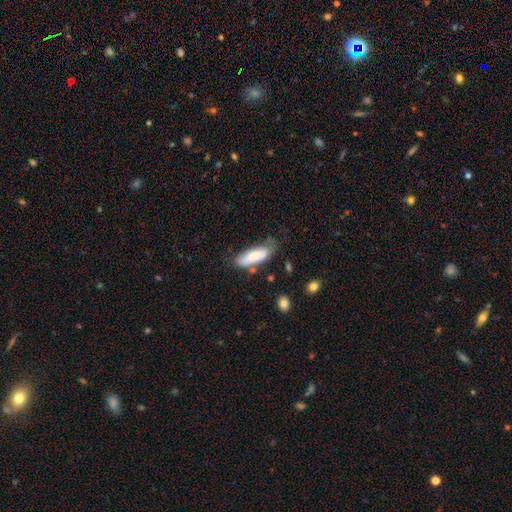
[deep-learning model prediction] Smooth or featured? smooth (79%)
How rounded? in between (60%)
Merging? none (53%)